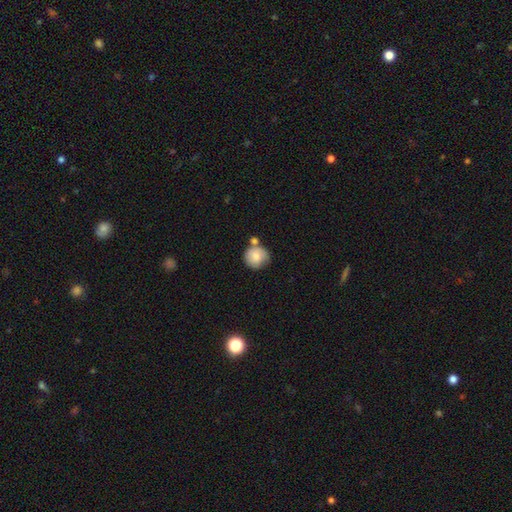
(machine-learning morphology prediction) A smooth galaxy with no disk features (77%) that is round (89%). Merging: none (53%).